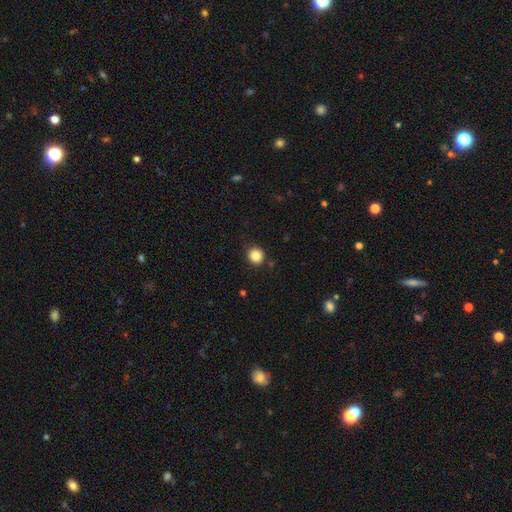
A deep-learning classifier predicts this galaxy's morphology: This is clearly a smooth galaxy (87%). How rounded: clearly round (91%). Merging: clearly none (89%).